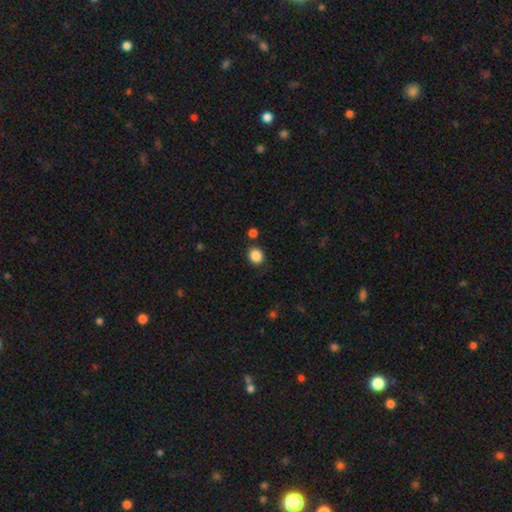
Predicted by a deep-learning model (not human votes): The model was most divided on "how rounded": round: 70%, in between: 29%, cigar-shaped: 1%. More confident: smooth or featured — smooth (87%); merging — none (83%).